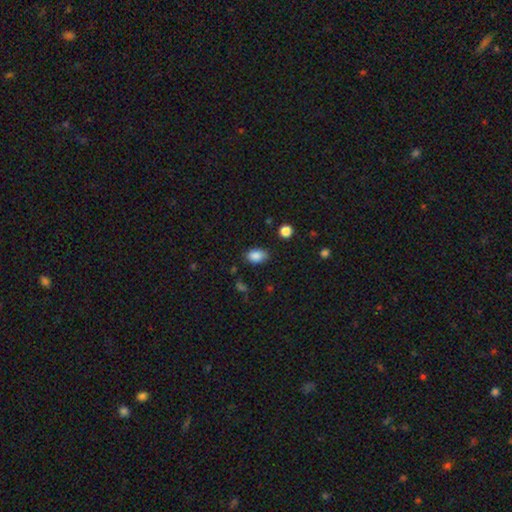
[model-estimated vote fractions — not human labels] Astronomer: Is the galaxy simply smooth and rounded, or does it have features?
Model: smooth — 87%.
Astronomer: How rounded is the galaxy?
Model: in between — 85%.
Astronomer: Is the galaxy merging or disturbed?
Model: none — 80%.